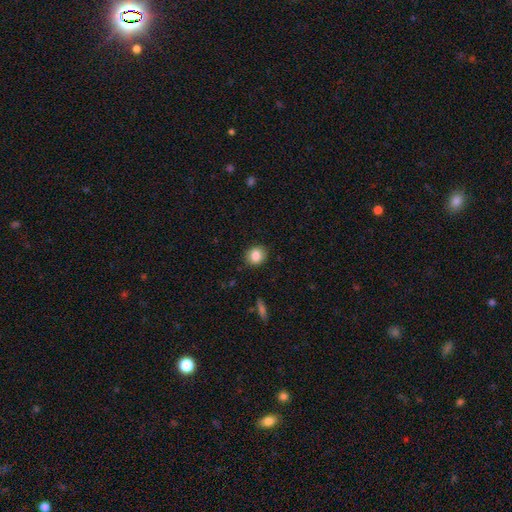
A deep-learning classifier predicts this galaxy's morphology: A smooth galaxy with no disk features (85%) that is round (74%). Merging: none (89%).